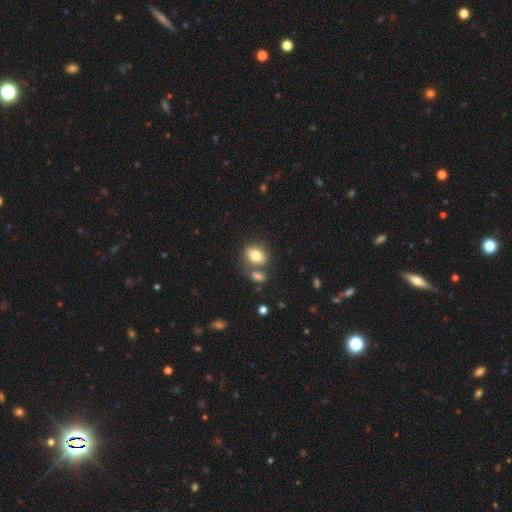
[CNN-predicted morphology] A smooth galaxy with no disk features (81%) that is in between round and cigar-shaped (59%). Merging: none (57%).